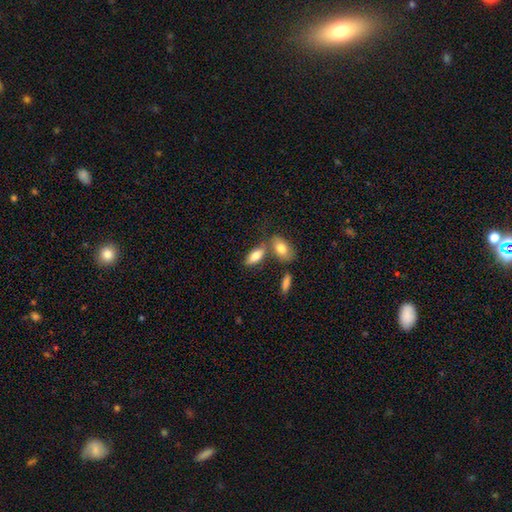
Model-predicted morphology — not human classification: type=smooth (75%); roundness=in between (78%); merging=none (55%).